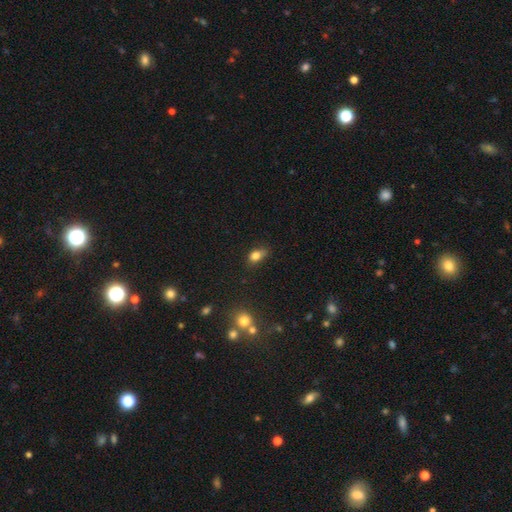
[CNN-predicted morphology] Smooth or featured? Predicted: smooth (p=0.81). How rounded? Predicted: in between (p=0.78). Merging? Predicted: none (p=0.61).